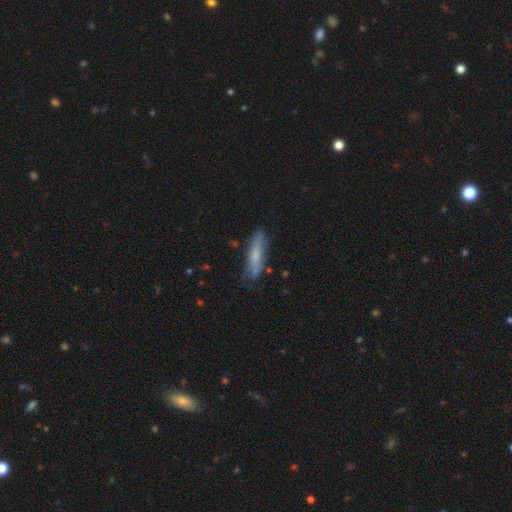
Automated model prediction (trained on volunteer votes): Smooth or featured?
  - smooth: 58% *
  - featured or disk: 35%
  - star or artifact: 7%
How rounded?
  - cigar-shaped: 73% *
  - in between: 25%
  - round: 2%
Merging?
  - none: 72% *
  - minor disturbance: 21%
  - major disturbance: 5%
  - merger: 2%